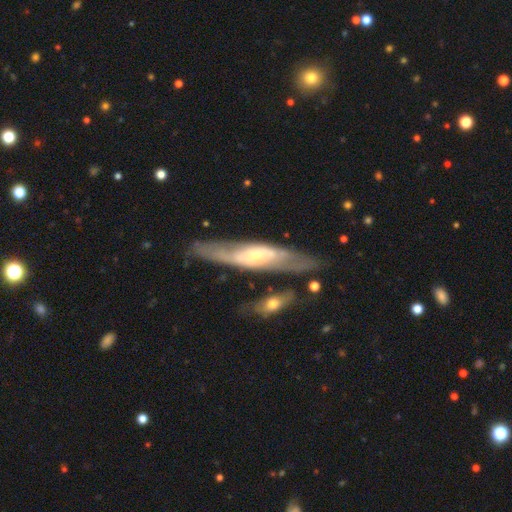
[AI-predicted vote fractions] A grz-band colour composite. It shows a featured or disk galaxy (70%). Merging: none (67%).